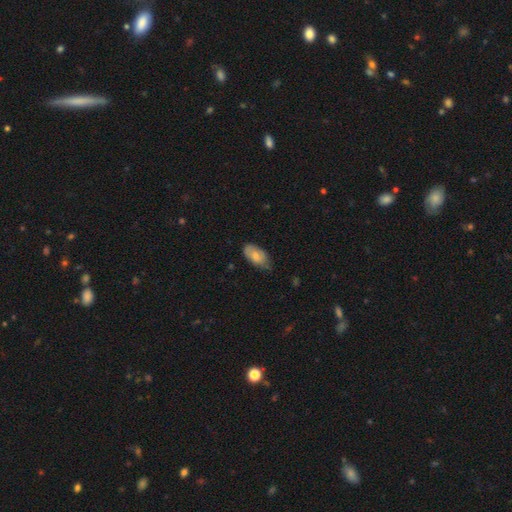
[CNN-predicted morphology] Smooth or featured? Predicted: smooth (p=0.70). How rounded? Predicted: in between (p=0.93). Merging? Predicted: none (p=0.53).